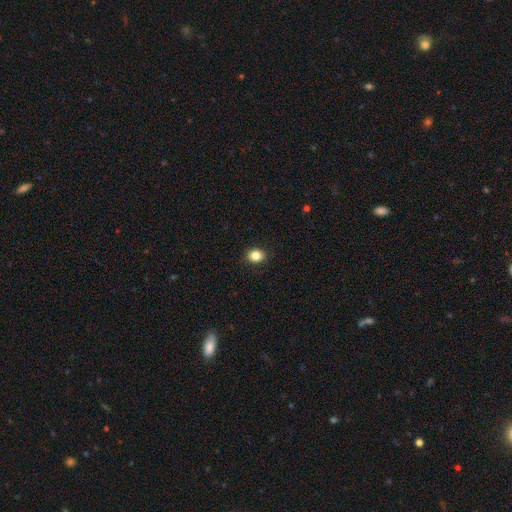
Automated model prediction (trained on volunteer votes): The model was most divided on "how rounded": round: 52%, in between: 47%, cigar-shaped: 1%. More confident: merging — none (90%); smooth or featured — smooth (84%).